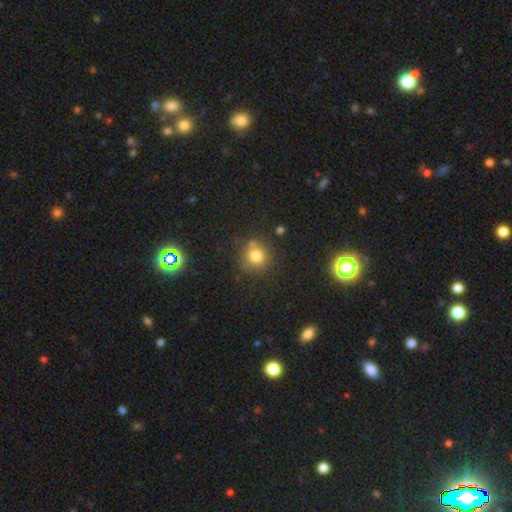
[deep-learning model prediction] Smooth or featured? Predicted: smooth (p=0.76). How rounded? Predicted: round (p=0.90). Merging? Predicted: none (p=0.73).